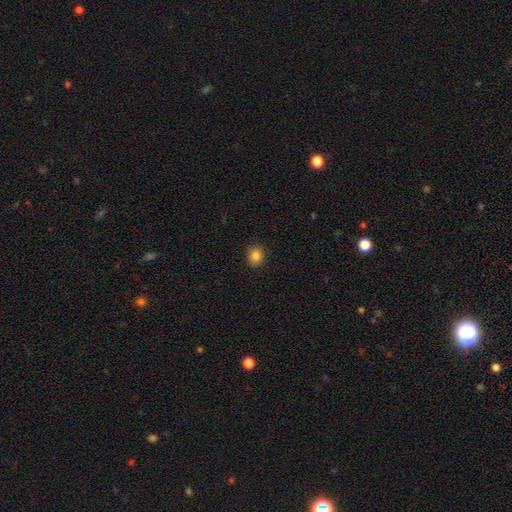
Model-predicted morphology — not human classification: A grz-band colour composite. It shows a smooth galaxy with no disk features (85%) that is round (80%). Merging: none (90%).